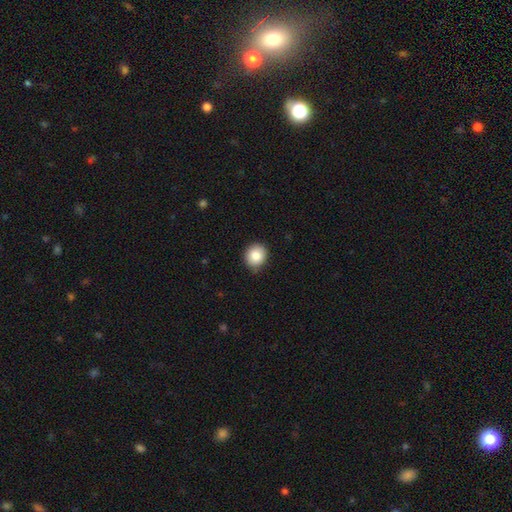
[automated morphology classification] Smooth or featured?
  - smooth: 86% *
  - star or artifact: 9%
  - featured or disk: 5%
How rounded?
  - round: 78% *
  - in between: 21%
  - cigar-shaped: 1%
Merging?
  - none: 85% *
  - minor disturbance: 12%
  - major disturbance: 2%
  - merger: 1%